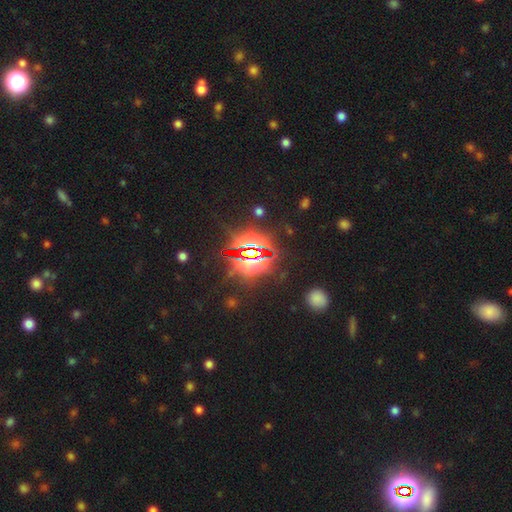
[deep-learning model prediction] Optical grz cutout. It shows a star or artifact, not a galaxy (82%).